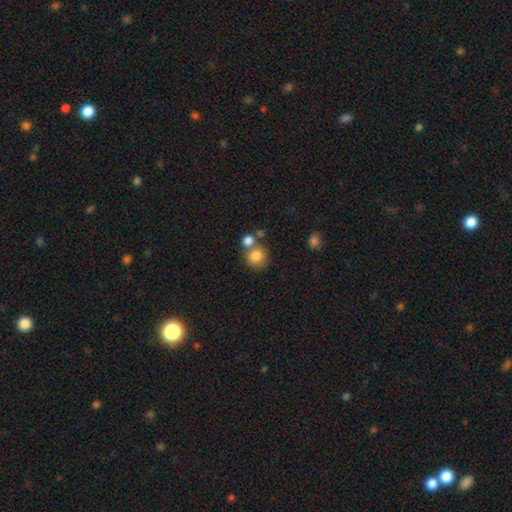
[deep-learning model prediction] This appears to be a smooth galaxy with no disk features (81%) that is round (87%). Merging: none (56%).